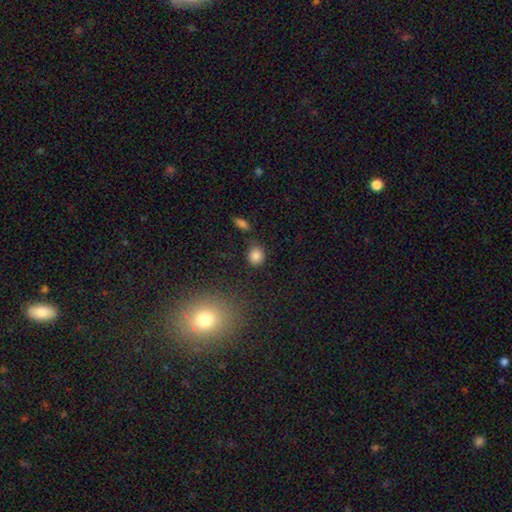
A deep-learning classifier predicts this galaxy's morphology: Overall: smooth (85%). How rounded: round (79%). Merging: none (76%).